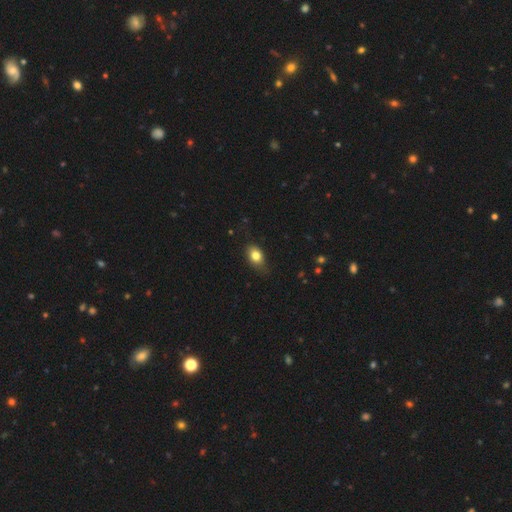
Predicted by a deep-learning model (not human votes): Smooth or featured? Predicted: smooth (p=0.81). How rounded? Predicted: in between (p=0.78). Merging? Predicted: none (p=0.71).